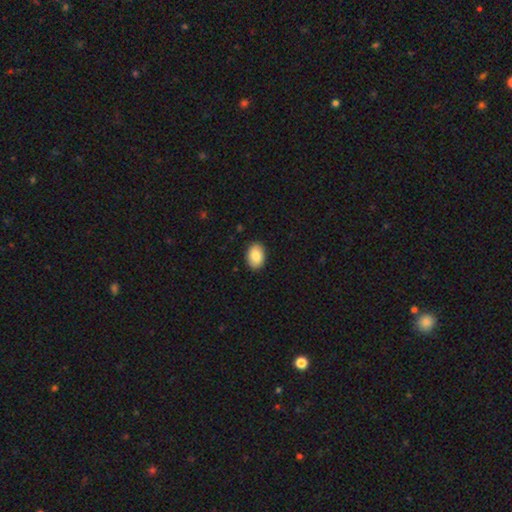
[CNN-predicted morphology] A smooth galaxy with no disk features (86%) that is in between round and cigar-shaped (86%). Merging: none (90%).